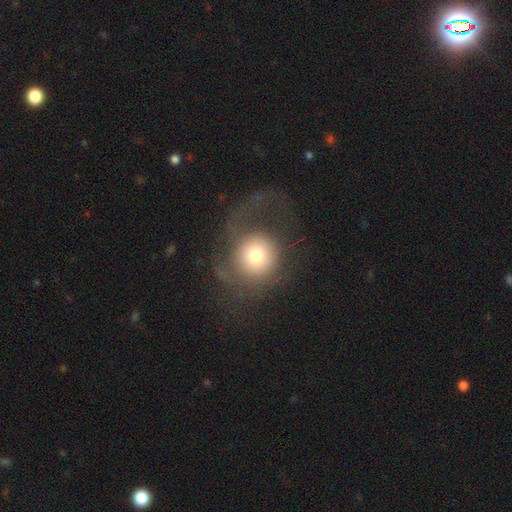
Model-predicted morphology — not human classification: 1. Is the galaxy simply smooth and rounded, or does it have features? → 65% smooth, 25% featured or disk, 10% star or artifact.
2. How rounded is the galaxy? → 89% round, 10% in between, 1% cigar-shaped.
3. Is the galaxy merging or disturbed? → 42% major disturbance, 41% none, 15% minor disturbance, 2% merger.